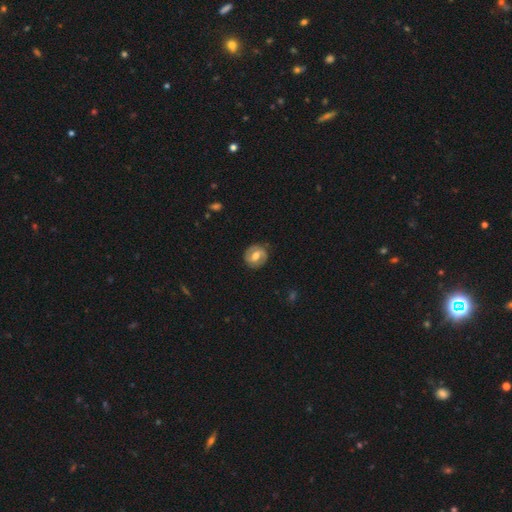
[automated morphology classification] Smooth or featured? featured or disk (60%)
Edge-on disk? no (97%)
Bar? weak (49%)
Spiral arms? yes (75%)
Bulge size? moderate (70%)
Merging? none (84%)